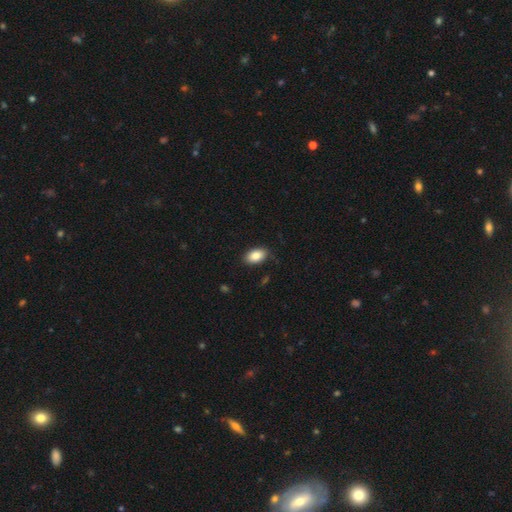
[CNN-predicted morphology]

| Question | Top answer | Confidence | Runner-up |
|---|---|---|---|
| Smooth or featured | smooth | 86% | star or artifact (7%) |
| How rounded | in between | 91% | round (8%) |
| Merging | none | 86% | minor disturbance (10%) |